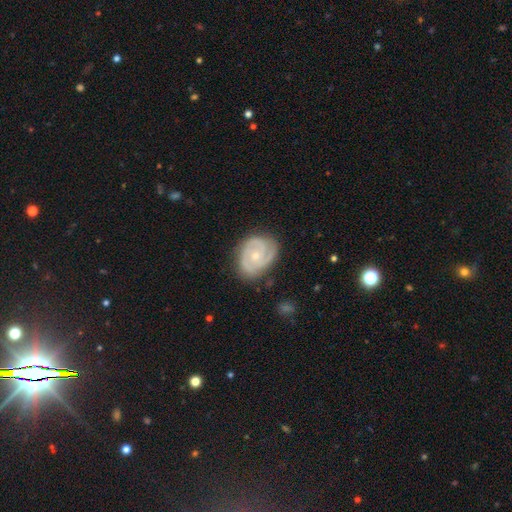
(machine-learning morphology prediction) smooth_or_featured: featured or disk (p=0.85) [alt: smooth p=0.10]
disk_edge_on: no (p=0.98) [alt: yes p=0.02]
bar: no (p=0.69) [alt: weak p=0.26]
has_spiral_arms: yes (p=0.97) [alt: no p=0.03]
spiral_winding: tight (p=0.60) [alt: medium p=0.34]
spiral_arm_count: 2 (p=0.63) [alt: 3 p=0.20]
bulge_size: small (p=0.62) [alt: moderate p=0.34]
merging: none (p=0.77) [alt: minor disturbance p=0.17]